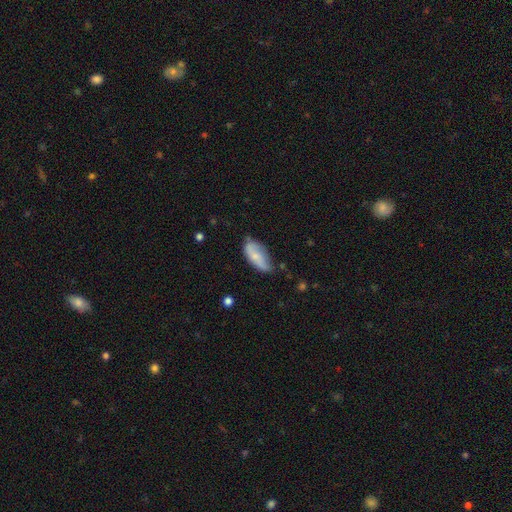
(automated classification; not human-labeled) The model was most divided on "merging": none: 48%, minor disturbance: 38%, major disturbance: 10%, merger: 4%. More confident: how rounded — in between (88%); smooth or featured — smooth (67%).